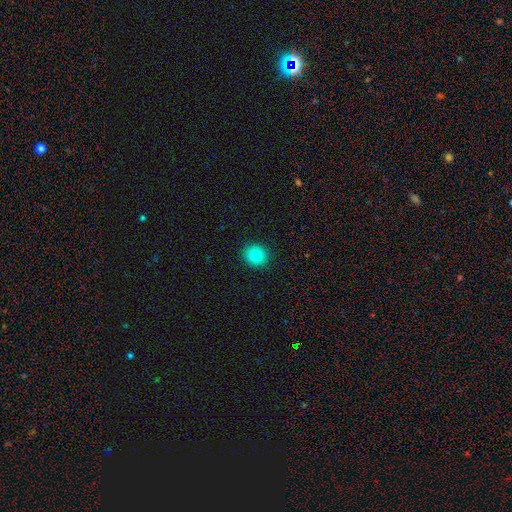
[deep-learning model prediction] Overall: smooth (82%). How rounded: round (86%). Merging: none (92%).